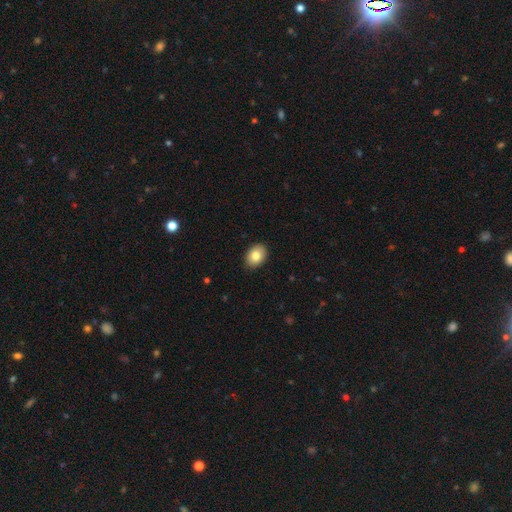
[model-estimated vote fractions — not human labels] The model was most divided on "how rounded": in between: 73%, round: 26%, cigar-shaped: 1%. More confident: merging — none (89%); smooth or featured — smooth (83%).